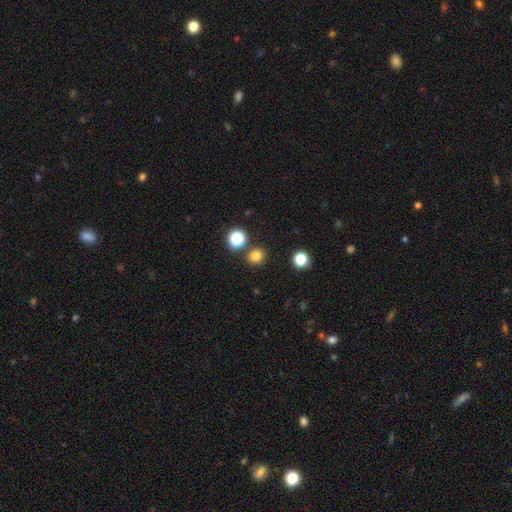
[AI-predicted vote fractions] Smooth or featured: smooth — 79% (star or artifact — 16%)
How rounded: round — 82% (in between — 17%)
Merging: none — 85% (minor disturbance — 7%)